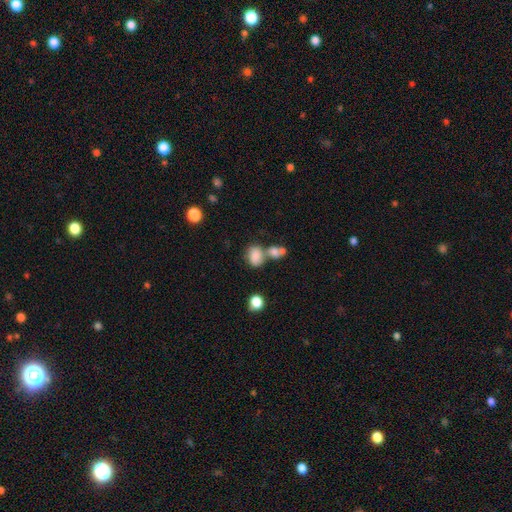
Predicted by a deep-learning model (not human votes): Morphology: type=smooth (80%); roundness=in between (65%); merging=merger (43%).